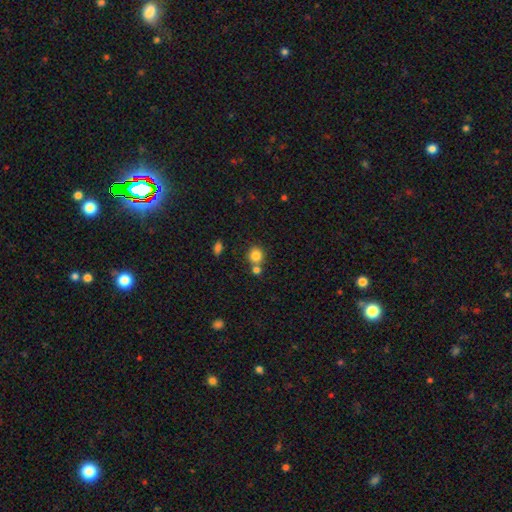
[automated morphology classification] type=smooth (83%); roundness=round (86%); merging=none (58%).